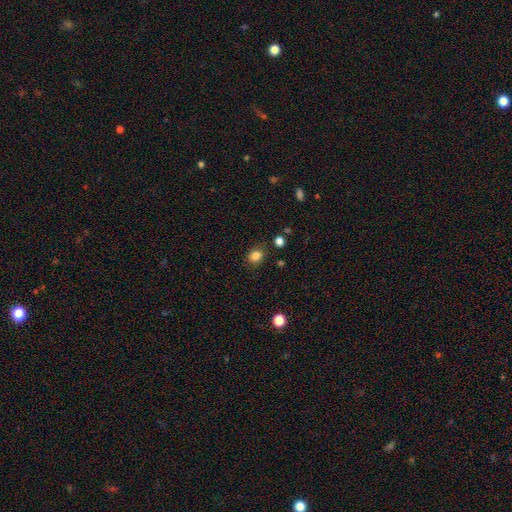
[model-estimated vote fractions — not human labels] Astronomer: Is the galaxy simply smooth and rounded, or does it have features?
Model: smooth — 83%.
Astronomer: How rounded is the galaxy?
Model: round — 58% (runner-up: in between, 41%).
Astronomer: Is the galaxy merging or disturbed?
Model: none — 84%.